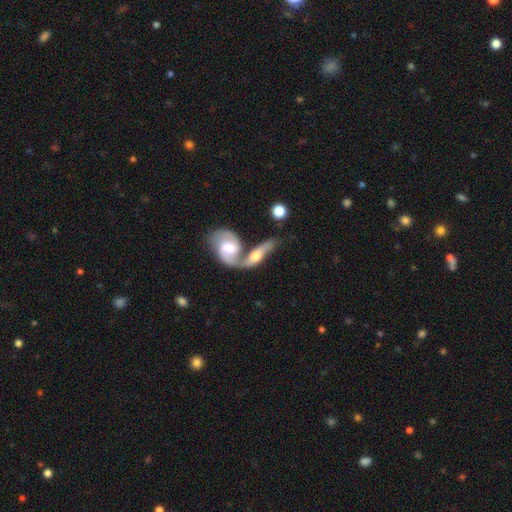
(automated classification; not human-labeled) Smooth or featured? Predicted: featured or disk (p=0.67). Edge-on disk? Predicted: no (p=0.83). Bar? Predicted: no (p=0.54). Spiral arms? Predicted: yes (p=0.85). Bulge size? Predicted: moderate (p=0.69). Merging? Predicted: merger (p=0.70).